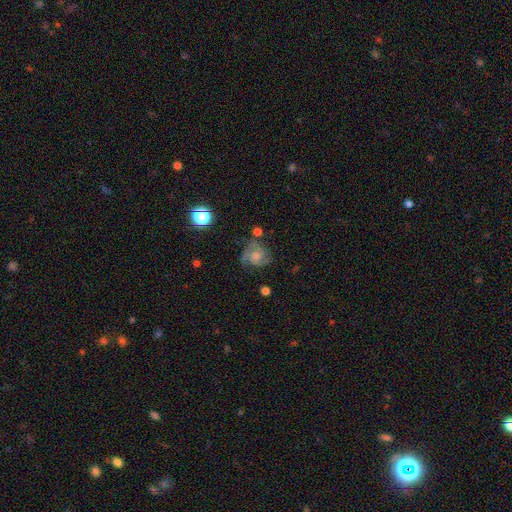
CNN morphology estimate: Overall: featured or disk (67%). Edge-on disk: no (98%). Bar: no (72%). Spiral arms: yes (89%). Spiral arm count: 2 (47%; 3 23%). Spiral winding: medium (46%; tight 39%). Bulge size: moderate (41%; small 33%). Merging: none (59%; minor disturbance 23%).